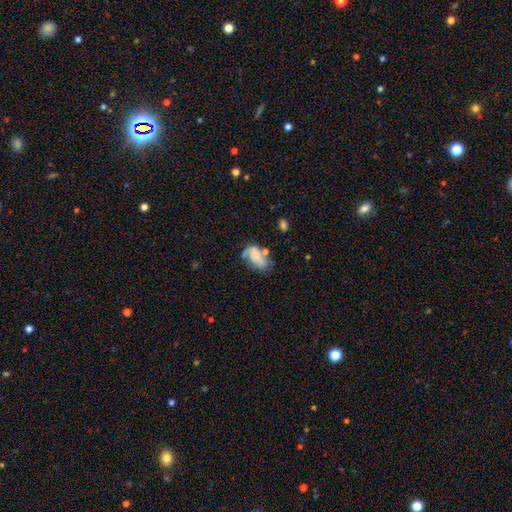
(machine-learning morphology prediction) Smooth or featured? Predicted: smooth (p=0.59). How rounded? Predicted: in between (p=0.90). Merging? Predicted: none (p=0.34).